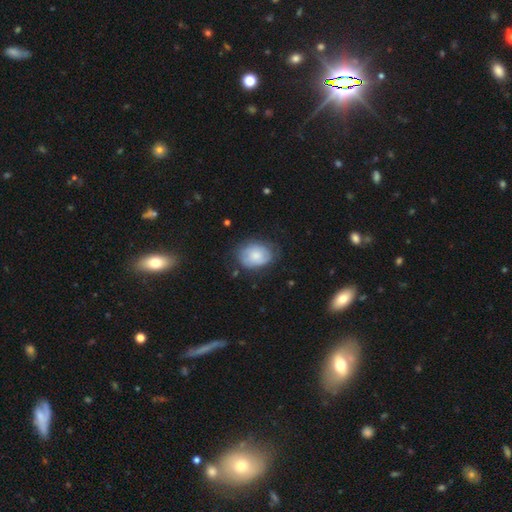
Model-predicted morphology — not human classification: A smooth galaxy with no disk features (62%) that is in between round and cigar-shaped (63%). Merging: none (65%).